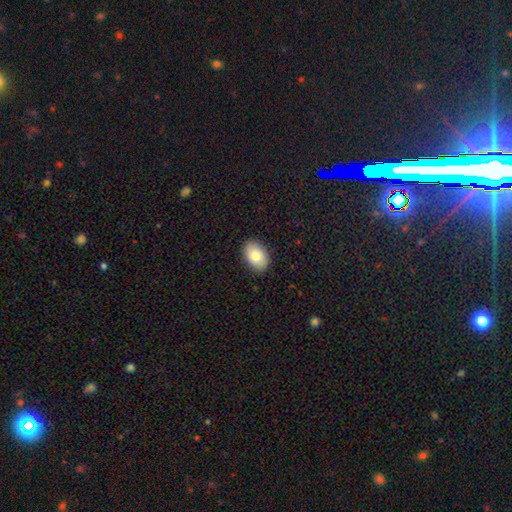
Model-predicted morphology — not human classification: The model was most divided on "smooth or featured": smooth: 82%, featured or disk: 11%, star or artifact: 7%. More confident: merging — none (89%); how rounded — in between (89%).